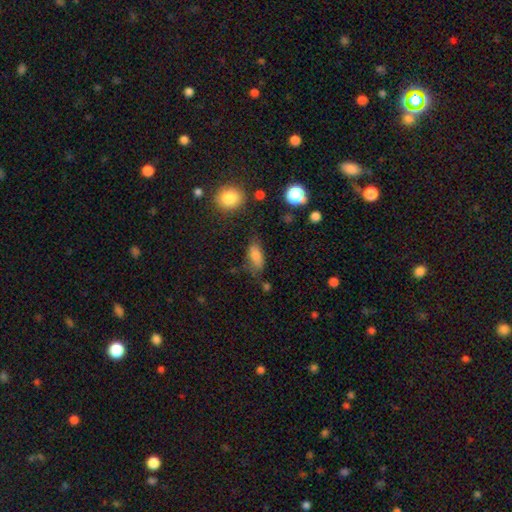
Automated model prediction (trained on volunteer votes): Smooth or featured? Predicted: smooth (p=0.80). How rounded? Predicted: in between (p=0.83). Merging? Predicted: none (p=0.58).